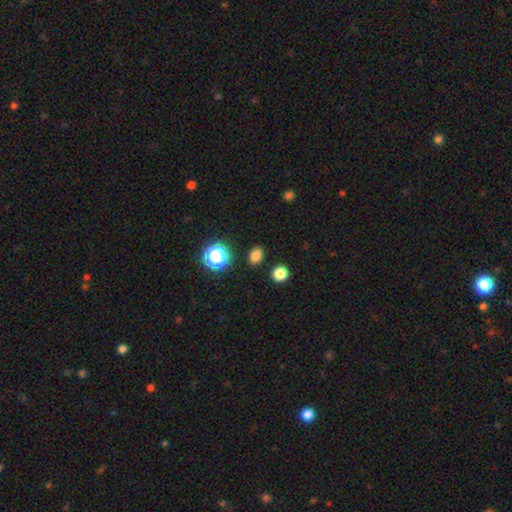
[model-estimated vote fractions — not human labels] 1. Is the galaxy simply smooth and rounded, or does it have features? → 80% smooth, 16% star or artifact, 5% featured or disk.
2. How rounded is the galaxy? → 65% in between, 34% round, 1% cigar-shaped.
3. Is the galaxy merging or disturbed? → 88% none, 7% minor disturbance, 2% major disturbance, 2% merger.